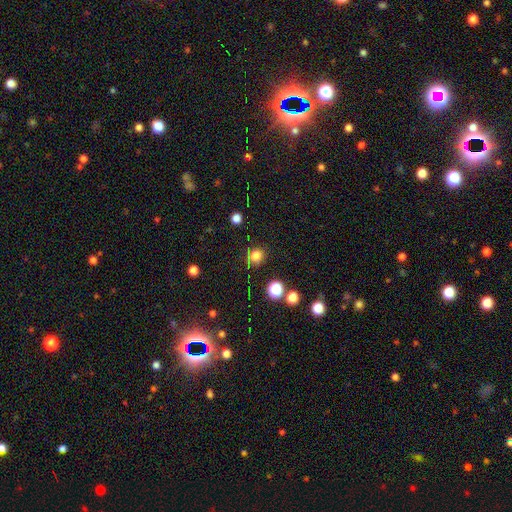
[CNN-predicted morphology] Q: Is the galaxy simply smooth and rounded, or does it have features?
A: smooth — 78%.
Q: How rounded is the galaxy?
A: round — 85%.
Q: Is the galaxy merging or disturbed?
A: none — 82%.